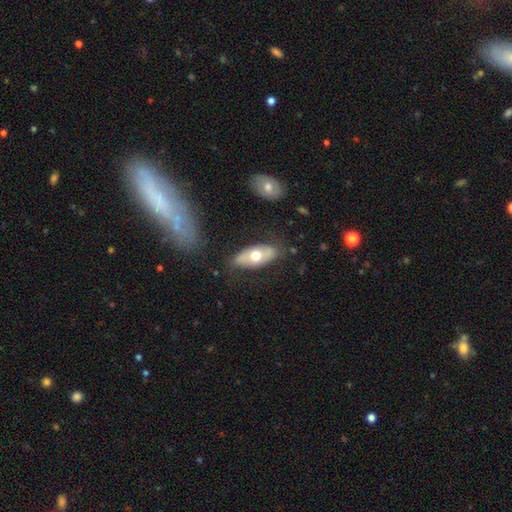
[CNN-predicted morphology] type=smooth (53%); roundness=in between (88%); merging=none (76%).